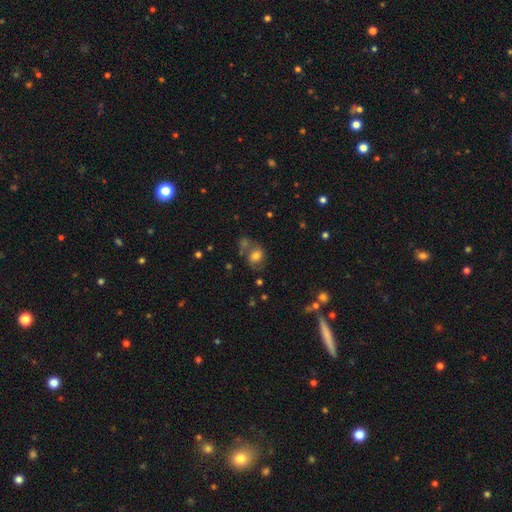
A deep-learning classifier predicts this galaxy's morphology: Smooth or featured: smooth — 51% (featured or disk — 36%)
How rounded: in between — 50% (round — 49%)
Merging: none — 43% (merger — 25%)